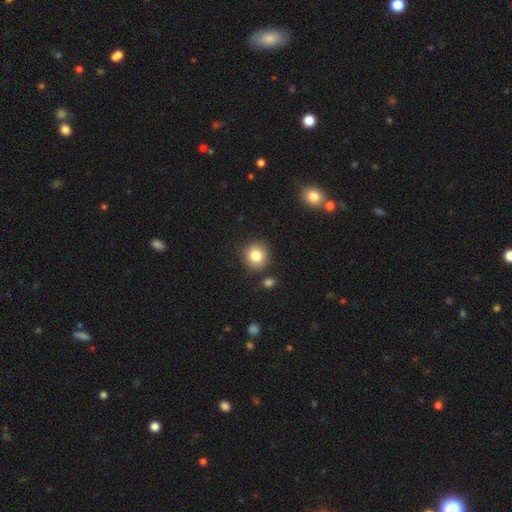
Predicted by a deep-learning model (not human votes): Overall: smooth (83%). How rounded: round (88%). Merging: none (85%).